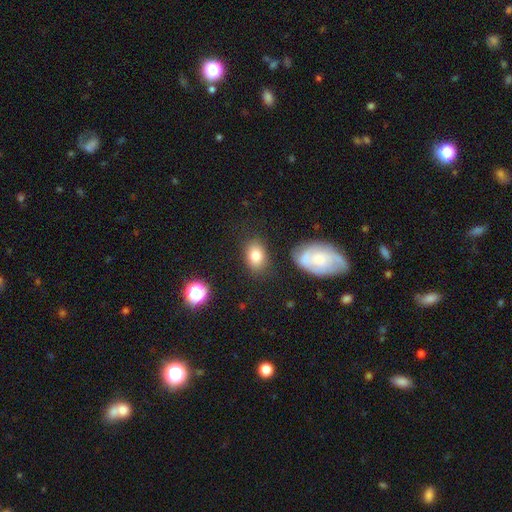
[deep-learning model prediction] Smooth or featured: smooth — 82% (featured or disk — 10%)
How rounded: in between — 79% (round — 20%)
Merging: none — 78% (minor disturbance — 13%)